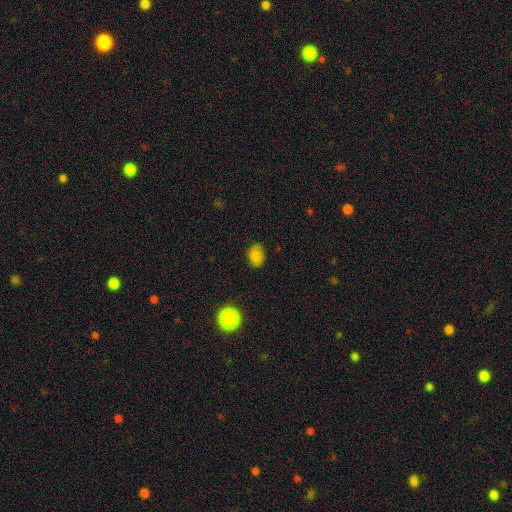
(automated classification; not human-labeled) The model was most divided on "how rounded": in between: 79%, round: 19%, cigar-shaped: 1%. More confident: smooth or featured — smooth (81%); merging — none (78%).